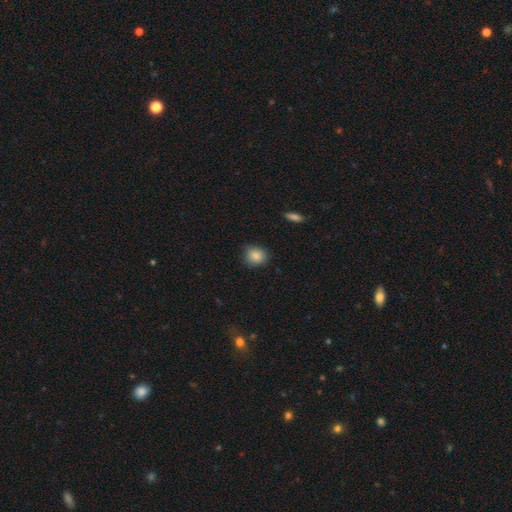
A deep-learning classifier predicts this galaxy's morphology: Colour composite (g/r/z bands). It shows a smooth galaxy with no disk features (87%) that is round (76%). Merging: none (82%).